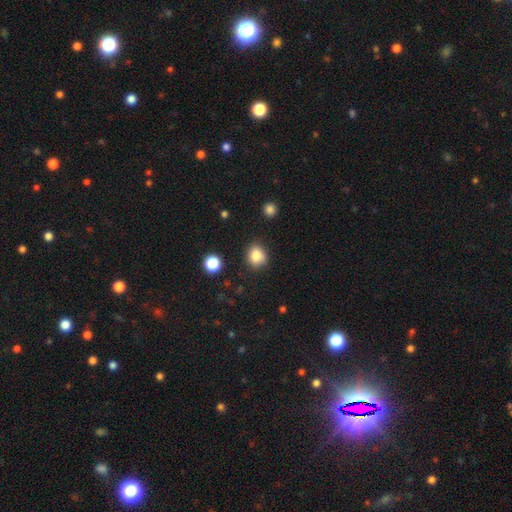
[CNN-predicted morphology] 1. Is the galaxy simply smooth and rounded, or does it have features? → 82% smooth, 11% star or artifact, 7% featured or disk.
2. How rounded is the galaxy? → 70% round, 29% in between, 1% cigar-shaped.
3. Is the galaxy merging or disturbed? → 79% none, 15% minor disturbance, 3% major disturbance, 3% merger.